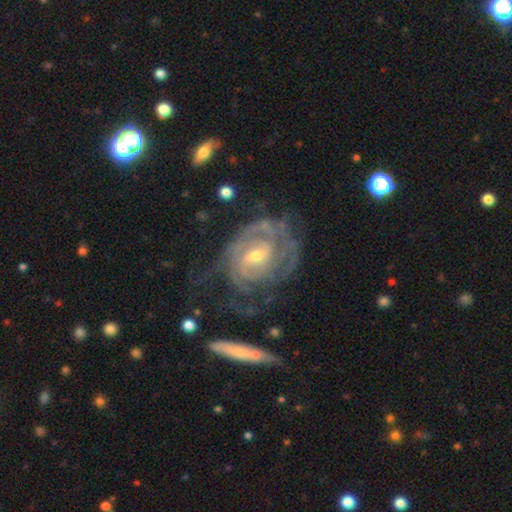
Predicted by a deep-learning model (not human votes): smooth_or_featured: featured or disk (p=0.86) [alt: smooth p=0.09]
disk_edge_on: no (p=0.96) [alt: yes p=0.04]
bar: weak (p=0.47) [alt: no p=0.38]
has_spiral_arms: yes (p=0.90) [alt: no p=0.10]
spiral_winding: tight (p=0.68) [alt: medium p=0.25]
spiral_arm_count: can't tell (p=0.44) [alt: 2 p=0.25]
bulge_size: small (p=0.56) [alt: moderate p=0.41]
merging: none (p=0.51) [alt: minor disturbance p=0.23]